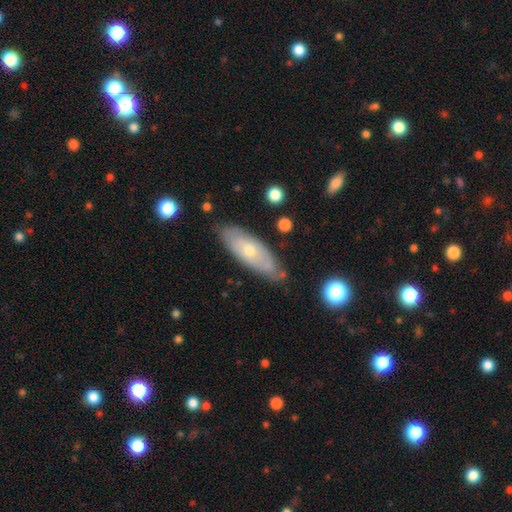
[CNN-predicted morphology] Smooth or featured: featured or disk — 45% (smooth — 37%)
Merging: none — 80% (minor disturbance — 13%)